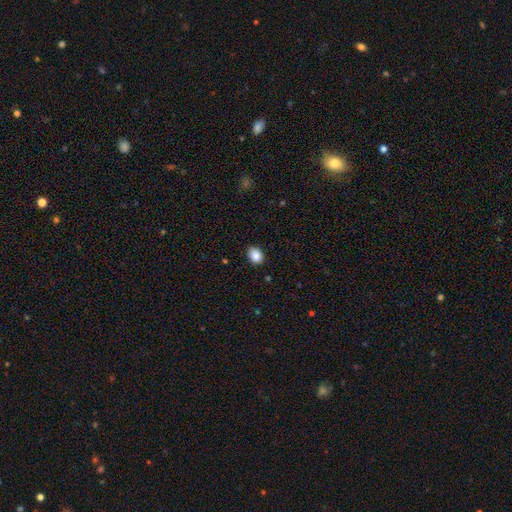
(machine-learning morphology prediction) smooth-or-featured: smooth: 87% | star or artifact: 8% | featured or disk: 5%
  how-rounded: in between: 66% | round: 33% | cigar-shaped: 1%
  merging: none: 86% | minor disturbance: 11% | major disturbance: 2% | merger: 1%